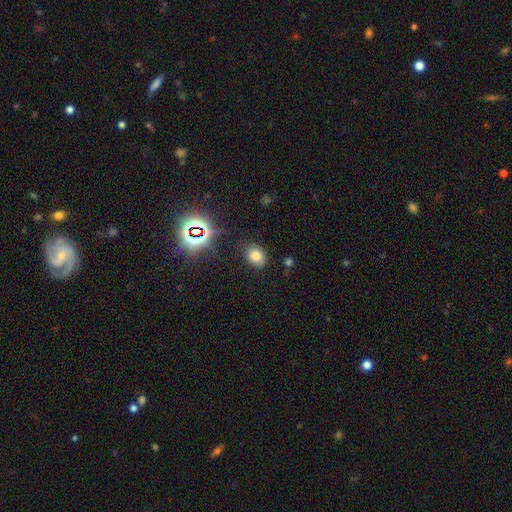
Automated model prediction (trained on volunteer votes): This appears to be a smooth galaxy with no disk features (72%) that is in between round and cigar-shaped (68%). Merging: none (82%).